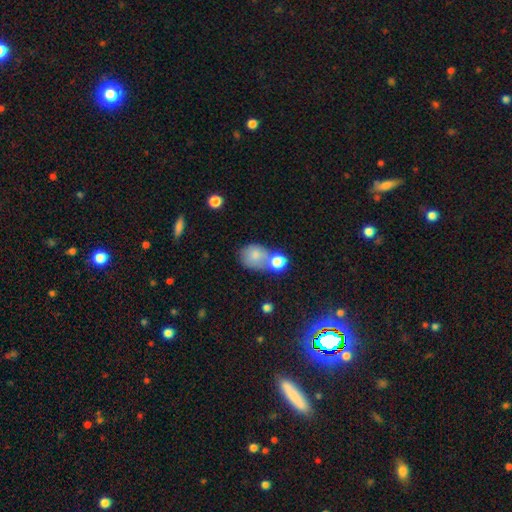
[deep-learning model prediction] Overall: smooth (78%). How rounded: round (53%; in between 46%). Merging: none (39%; merger 34%).